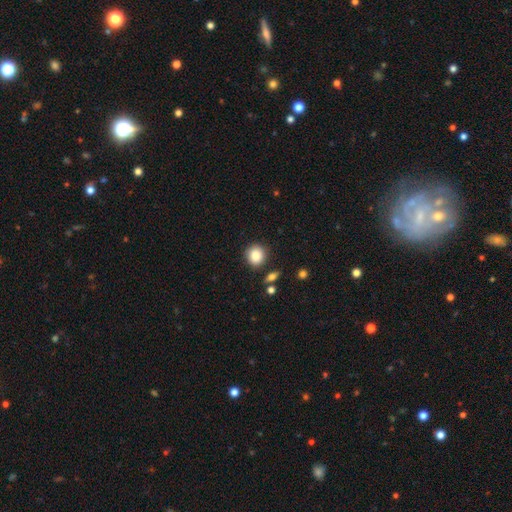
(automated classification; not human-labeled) Smooth or featured? smooth (87%)
How rounded? round (83%)
Merging? none (85%)